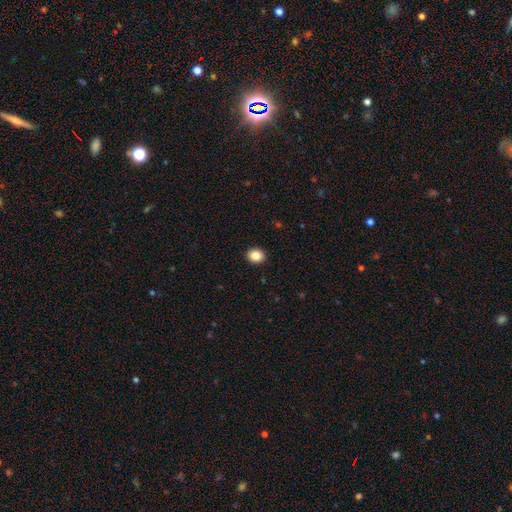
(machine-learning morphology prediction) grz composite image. It shows a smooth galaxy with no disk features (86%) that is round (65%). Merging: none (92%).